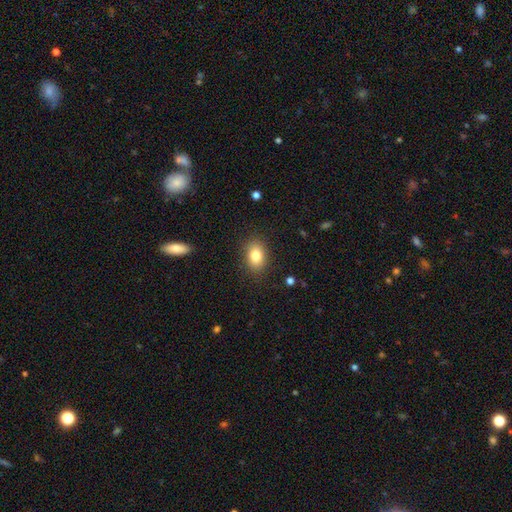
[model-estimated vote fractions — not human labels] Smooth or featured? Predicted: smooth (p=0.82). How rounded? Predicted: in between (p=0.79). Merging? Predicted: none (p=0.86).